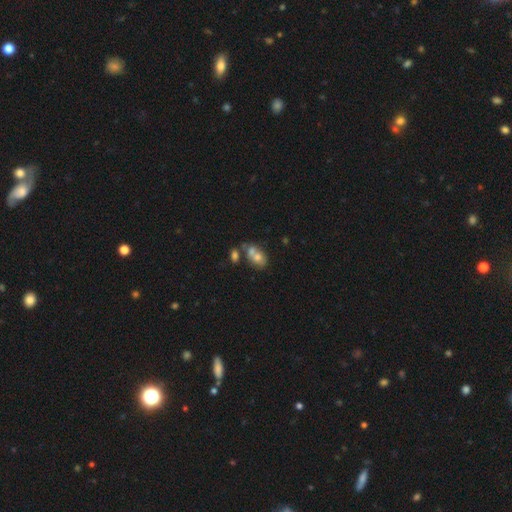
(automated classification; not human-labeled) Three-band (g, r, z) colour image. It shows a smooth galaxy with no disk features (65%) that is in between round and cigar-shaped (70%). Merging: merger (51%).